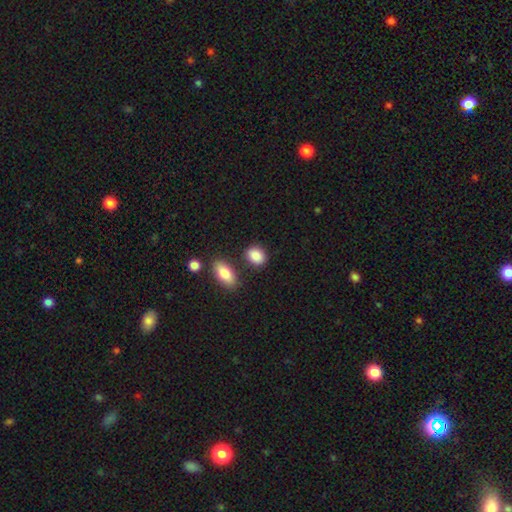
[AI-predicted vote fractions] Overall: smooth (87%). How rounded: in between (65%; round 33%). Merging: none (79%).